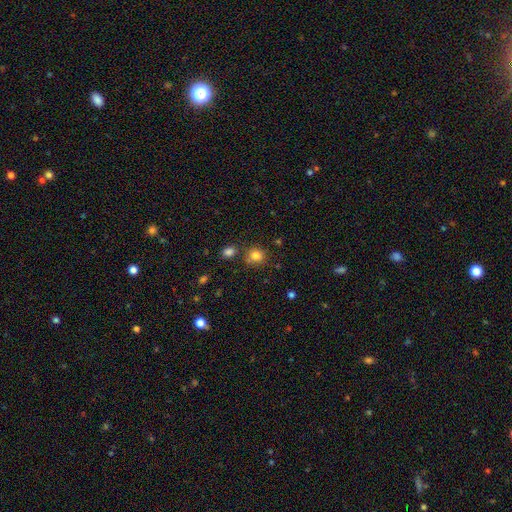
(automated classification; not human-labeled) Smooth or featured?
  - smooth: 81% *
  - star or artifact: 12%
  - featured or disk: 7%
How rounded?
  - round: 79% *
  - in between: 20%
  - cigar-shaped: 1%
Merging?
  - none: 72% *
  - minor disturbance: 12%
  - merger: 12%
  - major disturbance: 4%